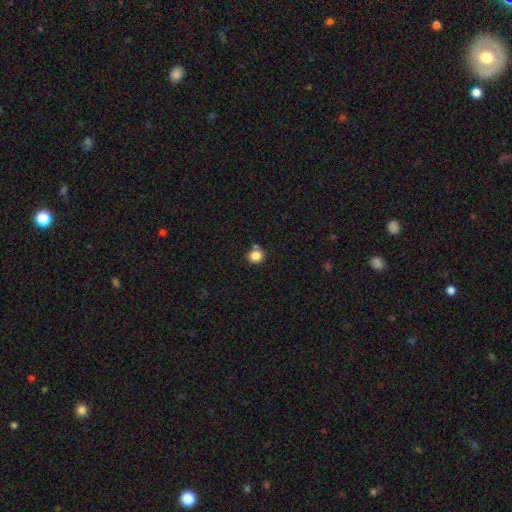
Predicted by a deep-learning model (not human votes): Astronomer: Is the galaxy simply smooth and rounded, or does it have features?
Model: smooth — 85%.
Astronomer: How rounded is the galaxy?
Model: round — 86%.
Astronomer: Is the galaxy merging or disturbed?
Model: none — 72%.